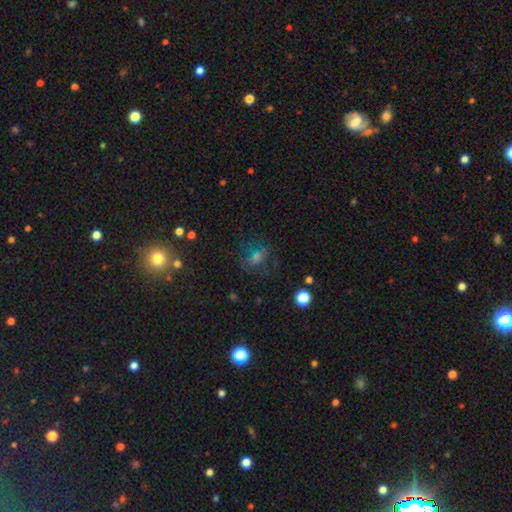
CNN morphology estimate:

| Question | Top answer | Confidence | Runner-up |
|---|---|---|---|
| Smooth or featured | smooth | 43% | star or artifact (33%) |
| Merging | none | 70% | minor disturbance (16%) |